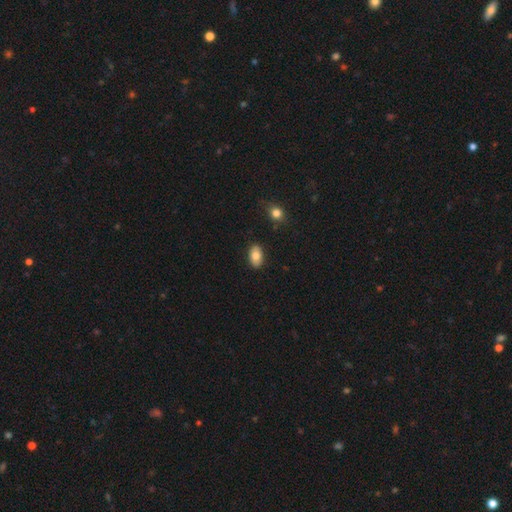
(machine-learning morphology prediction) Smooth or featured: smooth — 81% (featured or disk — 12%)
How rounded: in between — 92% (round — 6%)
Merging: none — 87% (minor disturbance — 9%)